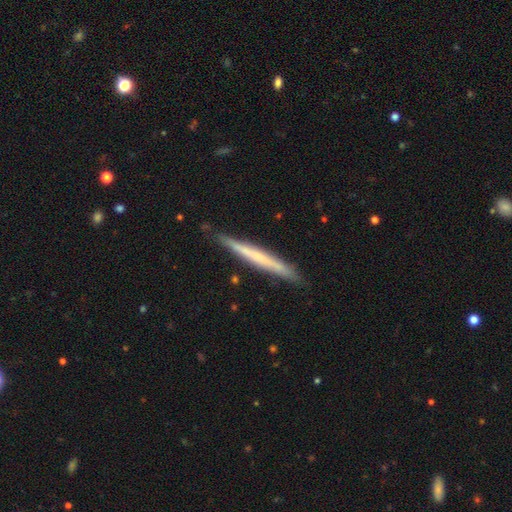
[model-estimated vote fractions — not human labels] A featured or disk galaxy (48%). Merging: none (88%).